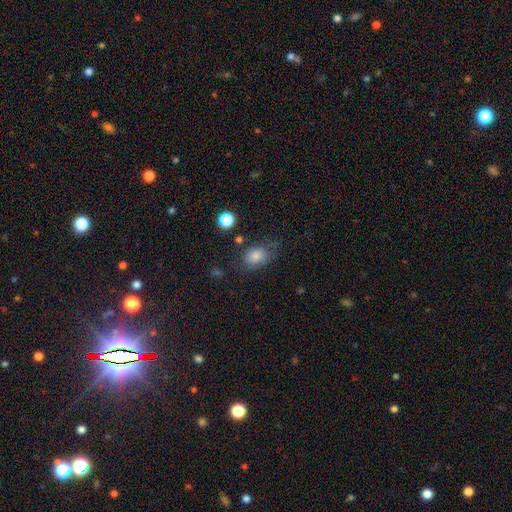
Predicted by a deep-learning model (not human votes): Overall: smooth (76%). How rounded: in between (73%). Merging: none (63%; minor disturbance 24%).